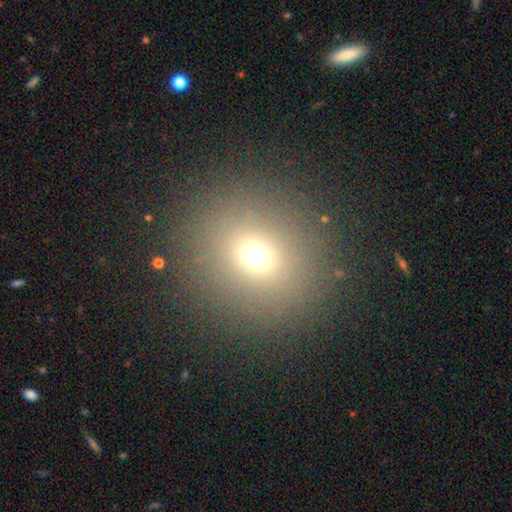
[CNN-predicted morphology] smooth-or-featured: smooth: 68% | star or artifact: 23% | featured or disk: 9%
  how-rounded: round: 72% | in between: 26% | cigar-shaped: 1%
  merging: none: 85% | minor disturbance: 8% | major disturbance: 5% | merger: 2%